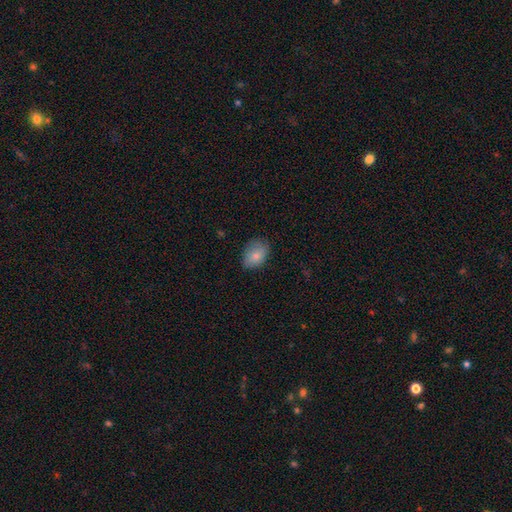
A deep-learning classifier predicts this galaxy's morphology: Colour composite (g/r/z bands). It shows a smooth galaxy with no disk features (82%) that is in between round and cigar-shaped (80%). Merging: none (74%).